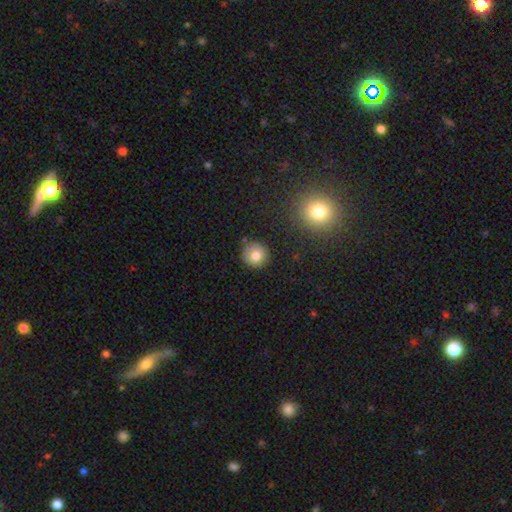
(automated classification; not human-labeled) A smooth galaxy with no disk features (79%) that is round (93%).

Vote fractions:
- Smooth or featured? smooth: 79% / star or artifact: 11% / featured or disk: 10%
- How rounded? round: 93% / in between: 6% / cigar-shaped: 1%
- Merging? none: 85% / minor disturbance: 10% / merger: 3% / major disturbance: 3%